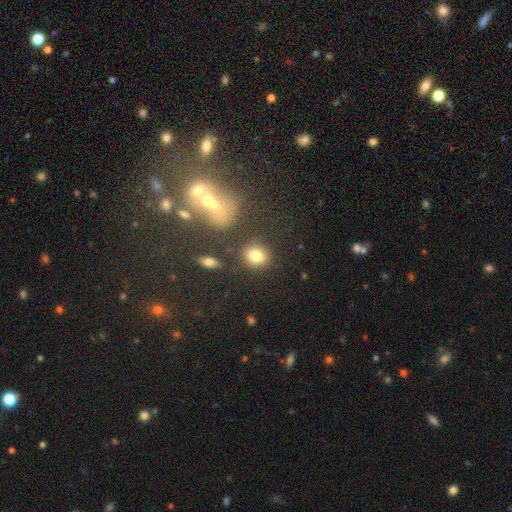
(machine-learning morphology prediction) A smooth galaxy with no disk features (80%) that is round (73%).

Vote fractions:
- Smooth or featured? smooth: 80% / star or artifact: 11% / featured or disk: 9%
- How rounded? round: 73% / in between: 25% / cigar-shaped: 1%
- Merging? none: 80% / minor disturbance: 10% / merger: 6% / major disturbance: 4%